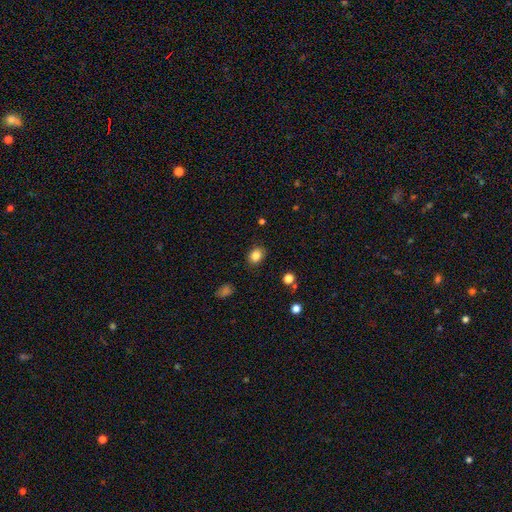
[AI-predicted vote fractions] Smooth or featured? smooth (84%)
How rounded? in between (50%)
Merging? none (86%)